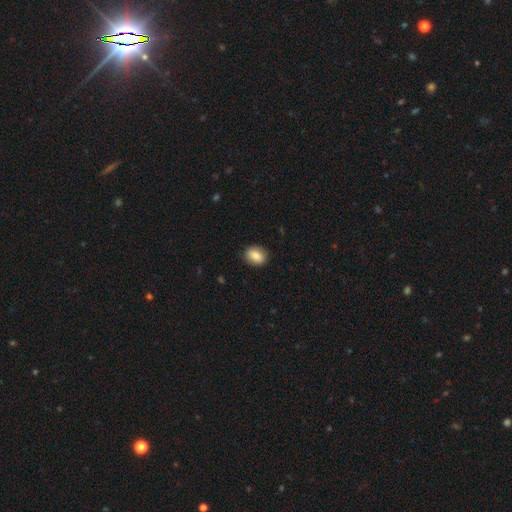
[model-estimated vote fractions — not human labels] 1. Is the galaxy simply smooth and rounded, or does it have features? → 83% smooth, 9% featured or disk, 8% star or artifact.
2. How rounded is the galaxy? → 64% in between, 34% round, 1% cigar-shaped.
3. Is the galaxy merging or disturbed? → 88% none, 9% minor disturbance, 2% major disturbance, 1% merger.